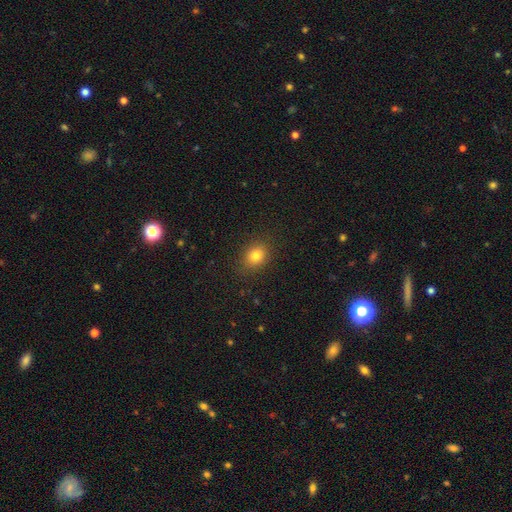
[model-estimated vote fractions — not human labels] A smooth galaxy with no disk features (82%) that is in between round and cigar-shaped (56%). Merging: none (85%).